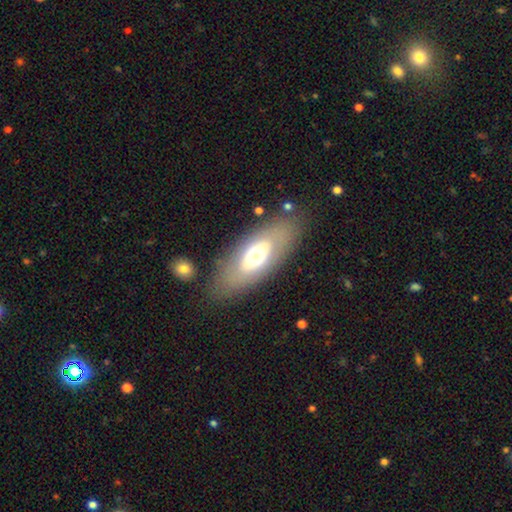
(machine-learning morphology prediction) A smooth galaxy with no disk features (54%) that is in between round and cigar-shaped (82%).

Vote fractions:
- Smooth or featured? smooth: 54% / featured or disk: 38% / star or artifact: 8%
- How rounded? in between: 82% / cigar-shaped: 13% / round: 6%
- Merging? none: 81% / minor disturbance: 10% / major disturbance: 6% / merger: 3%